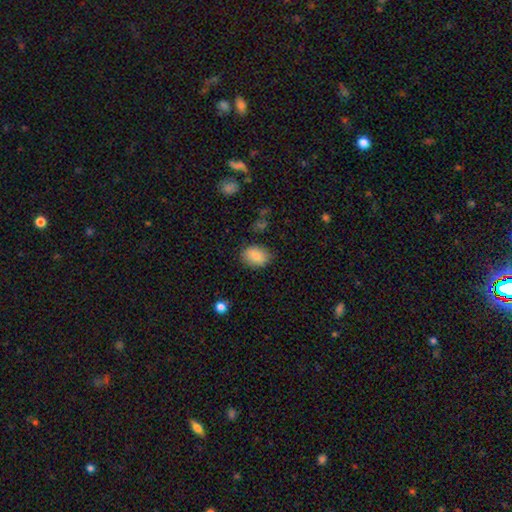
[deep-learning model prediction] smooth 84%, featured or disk 8%, star or artifact 8%. Down the decision tree: how rounded — in between (72%); merging — none (81%).